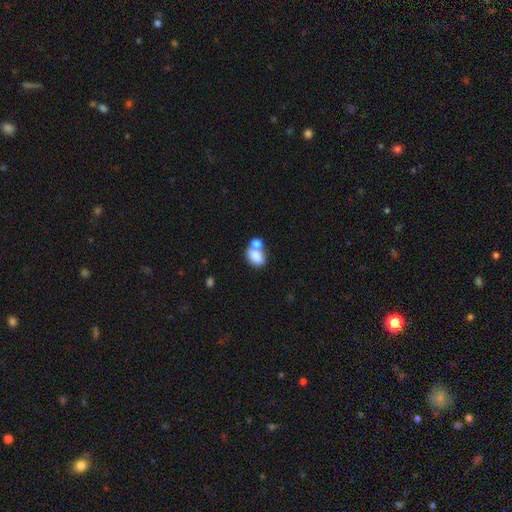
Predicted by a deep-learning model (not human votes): The model was most divided on "merging": merger: 51%, none: 34%, minor disturbance: 10%, major disturbance: 5%. More confident: smooth or featured — smooth (79%); how rounded — in between (78%).